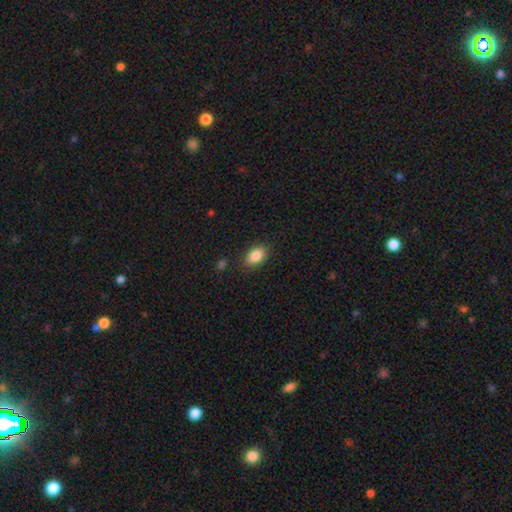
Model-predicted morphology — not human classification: Overall: smooth (87%). How rounded: in between (89%). Merging: none (85%).